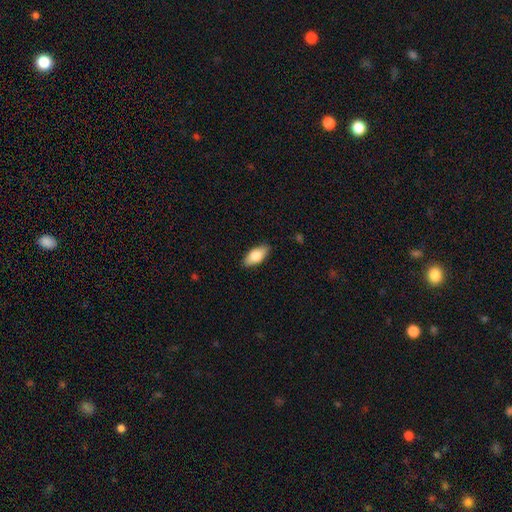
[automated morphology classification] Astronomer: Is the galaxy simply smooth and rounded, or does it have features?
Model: smooth — 79%.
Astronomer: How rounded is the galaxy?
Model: in between — 88%.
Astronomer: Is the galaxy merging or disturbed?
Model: none — 86%.